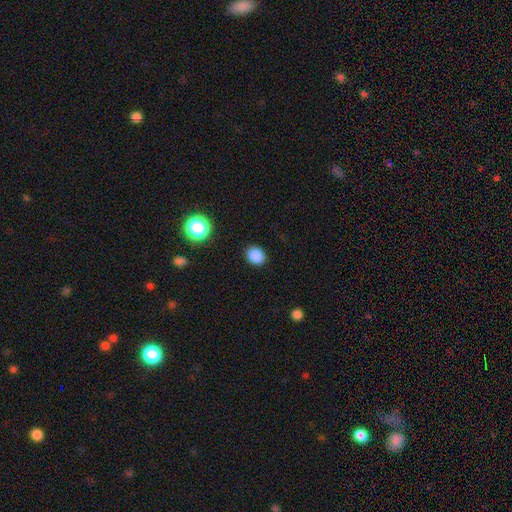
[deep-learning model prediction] smooth_or_featured: smooth (p=0.86) [alt: star or artifact p=0.11]
how_rounded: round (p=0.57) [alt: in between p=0.42]
merging: none (p=0.89) [alt: minor disturbance p=0.07]